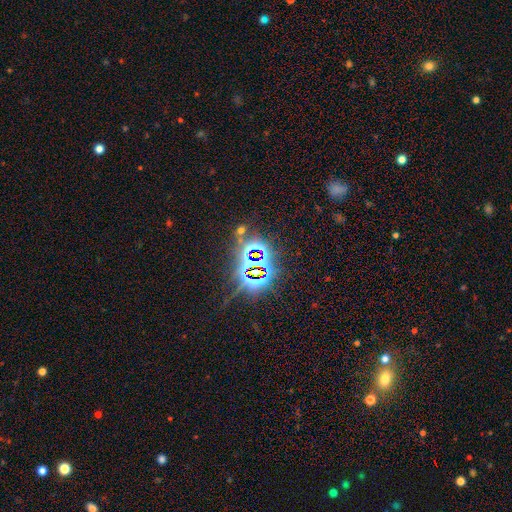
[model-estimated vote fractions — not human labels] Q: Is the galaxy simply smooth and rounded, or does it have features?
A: star or artifact — 81%.